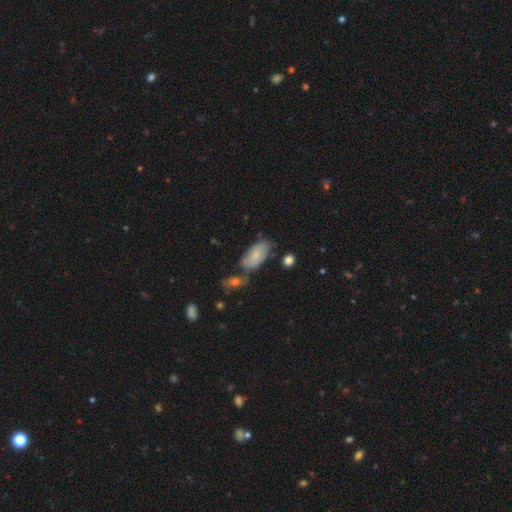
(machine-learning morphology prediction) Smooth or featured: smooth — 72% (featured or disk — 21%)
How rounded: in between — 92% (cigar-shaped — 5%)
Merging: none — 55% (minor disturbance — 20%)